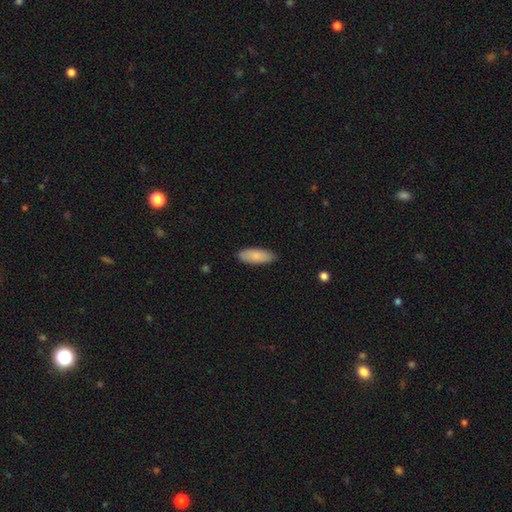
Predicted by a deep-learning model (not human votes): This is clearly a smooth galaxy (85%). How rounded: likely in between (74%). Merging: clearly none (86%).